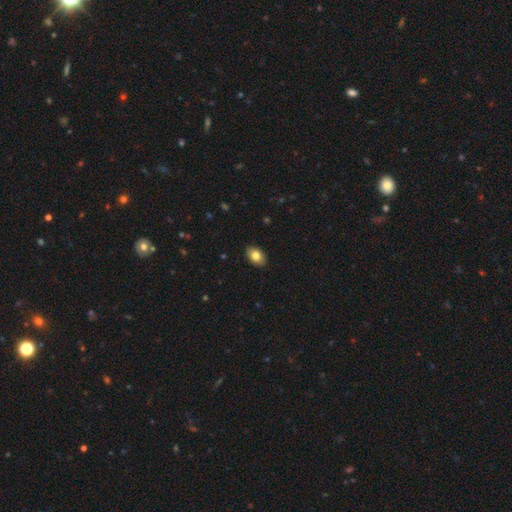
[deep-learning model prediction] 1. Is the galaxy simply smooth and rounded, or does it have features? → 81% smooth, 11% featured or disk, 8% star or artifact.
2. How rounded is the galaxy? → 87% in between, 12% round, 1% cigar-shaped.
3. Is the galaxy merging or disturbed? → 89% none, 8% minor disturbance, 2% major disturbance, 1% merger.